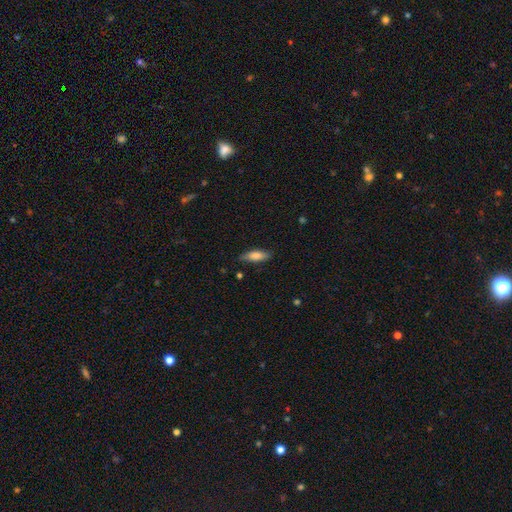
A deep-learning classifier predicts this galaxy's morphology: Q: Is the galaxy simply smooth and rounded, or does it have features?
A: smooth — 74%.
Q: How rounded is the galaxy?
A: in between — 57%.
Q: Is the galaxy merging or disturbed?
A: none — 80%.